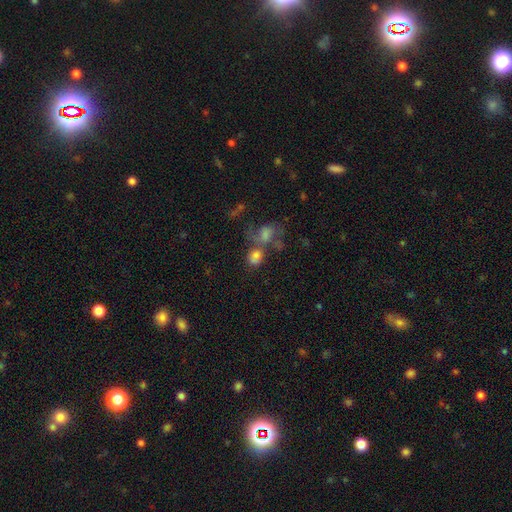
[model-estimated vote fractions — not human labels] Q: Smooth or featured?
A: smooth (70%); runner-up: featured or disk (17%)
Q: How rounded?
A: round (53%); runner-up: in between (46%)
Q: Merging?
A: merger (48%); runner-up: none (31%)